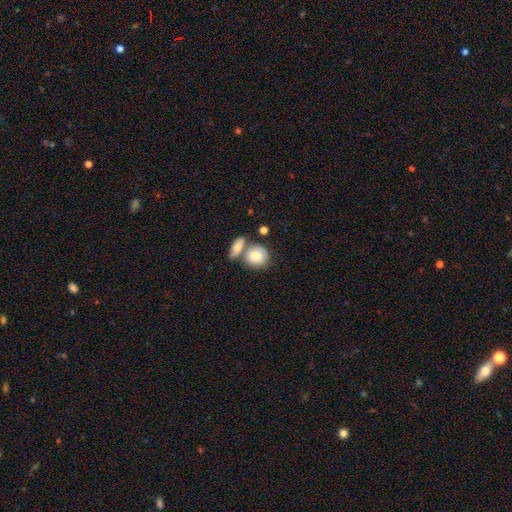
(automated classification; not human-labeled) smooth 80%, featured or disk 14%, star or artifact 6%. Down the decision tree: how rounded — round (72%); merging — none (45%).